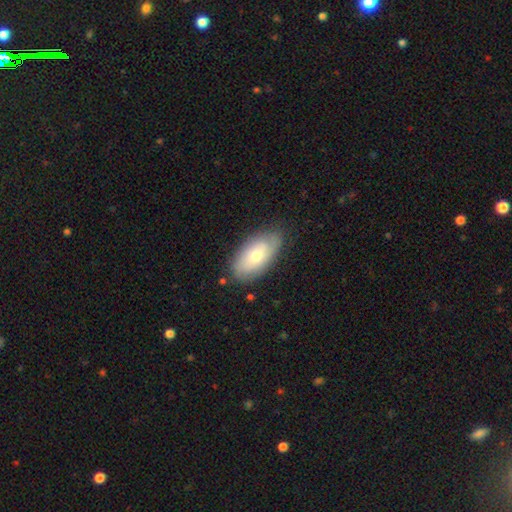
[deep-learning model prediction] smooth-or-featured: smooth: 57% | featured or disk: 36% | star or artifact: 6%
  how-rounded: in between: 93% | cigar-shaped: 4% | round: 3%
  merging: none: 77% | minor disturbance: 17% | major disturbance: 4% | merger: 1%